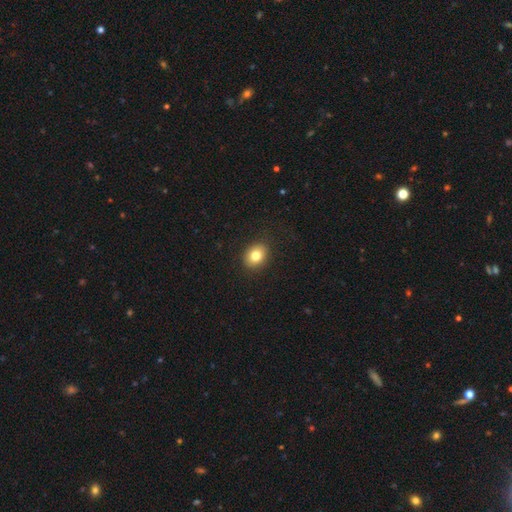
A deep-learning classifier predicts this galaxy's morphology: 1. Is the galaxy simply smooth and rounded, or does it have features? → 80% smooth, 10% star or artifact, 9% featured or disk.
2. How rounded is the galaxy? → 51% round, 48% in between, 1% cigar-shaped.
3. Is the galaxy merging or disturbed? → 89% none, 8% minor disturbance, 2% major disturbance, 1% merger.